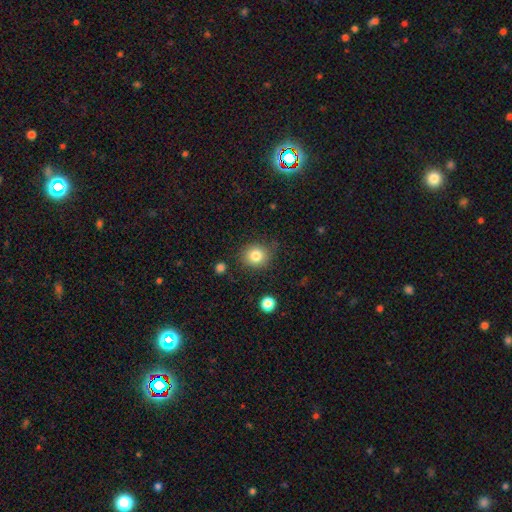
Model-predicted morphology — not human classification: Smooth or featured? Predicted: smooth (p=0.82). How rounded? Predicted: round (p=0.82). Merging? Predicted: none (p=0.82).